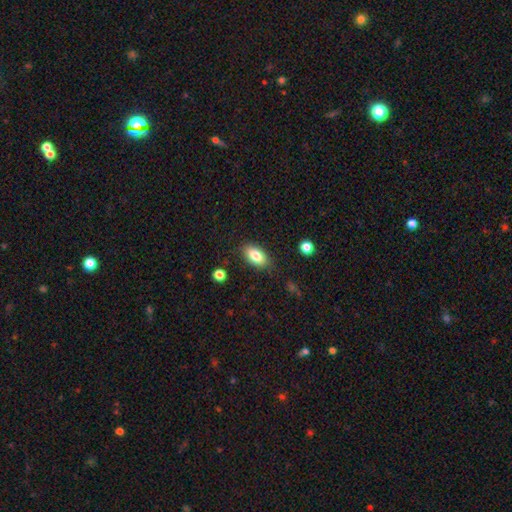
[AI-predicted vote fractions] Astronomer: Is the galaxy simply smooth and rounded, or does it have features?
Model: smooth — 83%.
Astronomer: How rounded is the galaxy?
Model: in between — 90%.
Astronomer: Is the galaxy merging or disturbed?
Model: none — 84%.